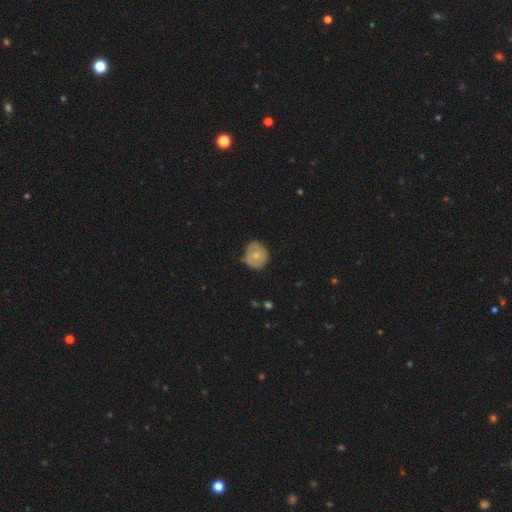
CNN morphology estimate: A smooth galaxy with no disk features (57%) that is round (79%). Merging: none (71%).